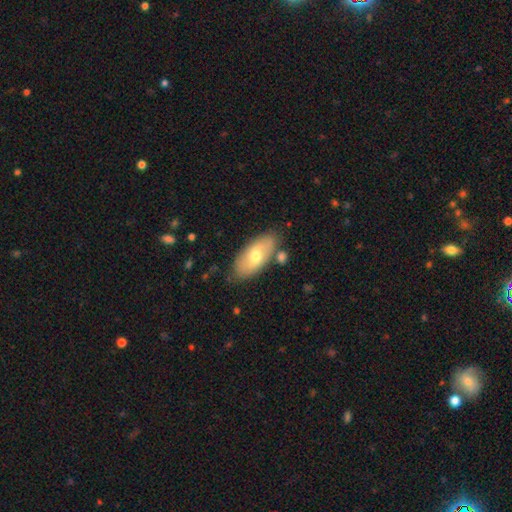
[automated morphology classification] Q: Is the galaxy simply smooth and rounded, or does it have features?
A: smooth — 57%.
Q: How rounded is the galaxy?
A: in between — 90%.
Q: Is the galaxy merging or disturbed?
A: none — 77%.